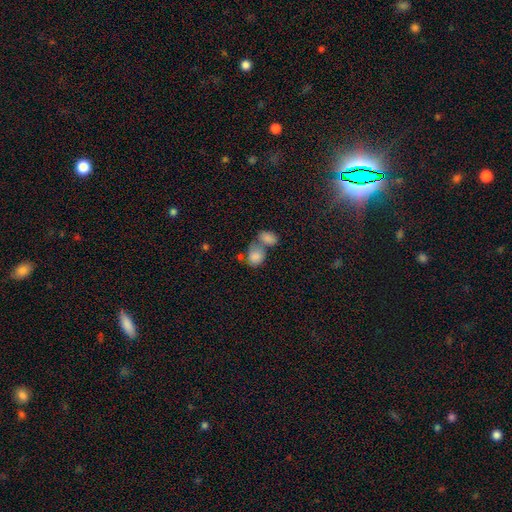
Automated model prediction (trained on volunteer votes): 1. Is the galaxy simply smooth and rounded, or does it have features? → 83% smooth, 9% featured or disk, 8% star or artifact.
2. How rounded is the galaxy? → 52% in between, 47% round, 1% cigar-shaped.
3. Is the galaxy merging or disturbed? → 60% merger, 25% none, 9% minor disturbance, 5% major disturbance.